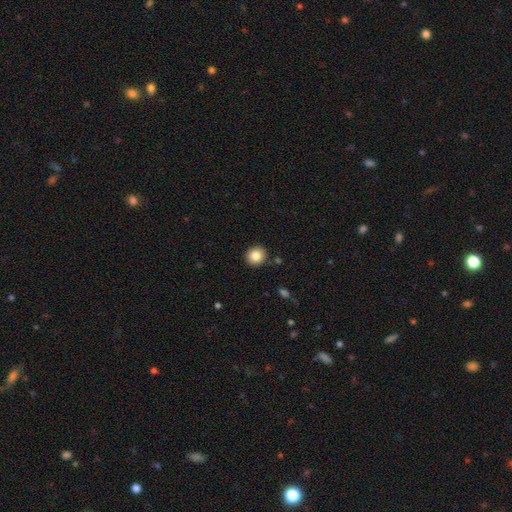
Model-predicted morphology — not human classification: Smooth or featured? smooth (84%)
How rounded? round (85%)
Merging? none (90%)